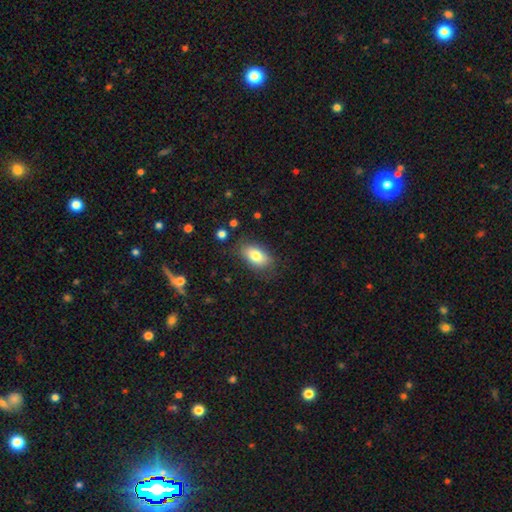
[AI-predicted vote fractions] Morphology: type=smooth (80%); roundness=in between (89%); merging=none (79%).